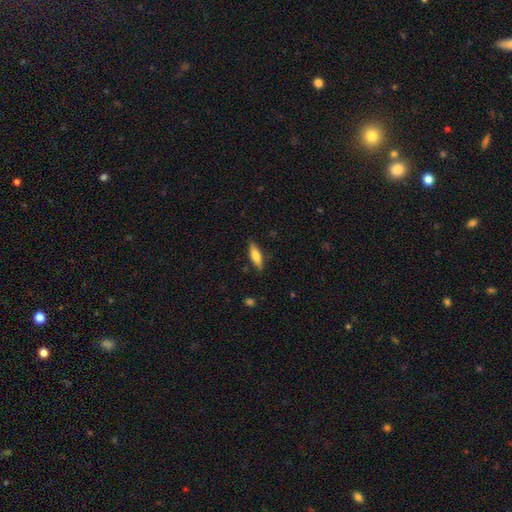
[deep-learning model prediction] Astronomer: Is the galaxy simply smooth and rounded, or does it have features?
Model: smooth — 72%.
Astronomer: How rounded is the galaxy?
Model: cigar-shaped — 51% (runner-up: in between, 47%).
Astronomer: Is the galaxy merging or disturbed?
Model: none — 85%.